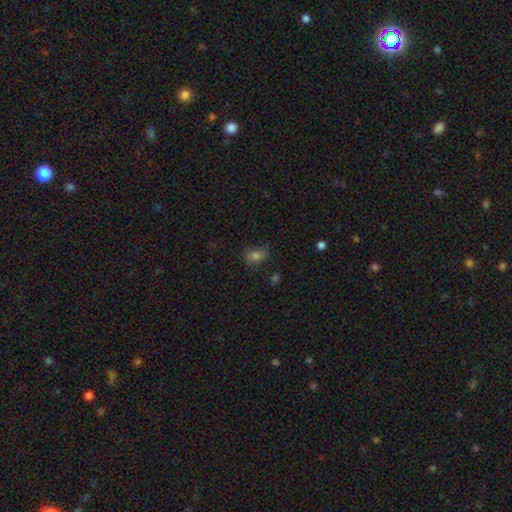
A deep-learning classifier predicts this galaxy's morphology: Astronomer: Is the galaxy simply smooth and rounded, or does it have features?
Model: smooth — 74%.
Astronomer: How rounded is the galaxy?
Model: in between — 74%.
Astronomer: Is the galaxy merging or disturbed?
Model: none — 67%.